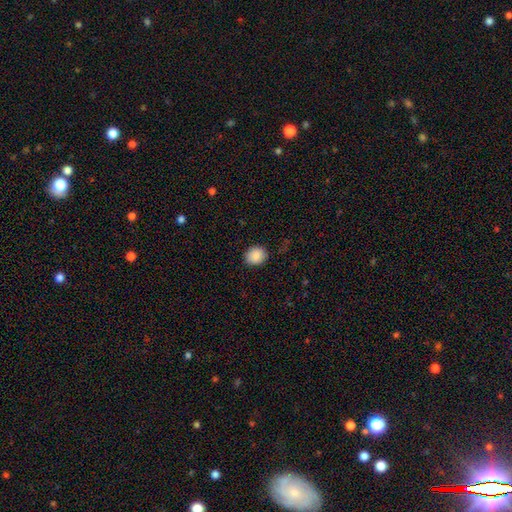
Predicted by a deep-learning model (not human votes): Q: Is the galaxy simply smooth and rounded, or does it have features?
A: smooth — 88%.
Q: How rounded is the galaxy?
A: round — 71%.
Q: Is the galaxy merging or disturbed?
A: none — 86%.